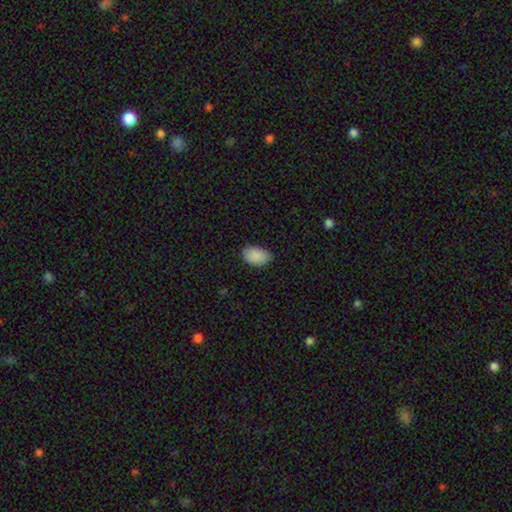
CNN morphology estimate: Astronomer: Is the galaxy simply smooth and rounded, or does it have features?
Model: smooth — 89%.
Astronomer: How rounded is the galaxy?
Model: in between — 90%.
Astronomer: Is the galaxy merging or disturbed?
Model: none — 77%.